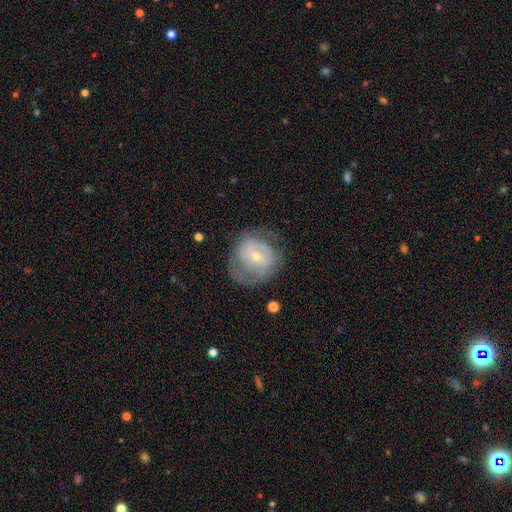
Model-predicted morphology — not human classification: Smooth or featured?
  - featured or disk: 60% *
  - smooth: 33%
  - star or artifact: 7%
Edge-on disk?
  - no: 97% *
  - yes: 3%
Bar?
  - no: 63% *
  - weak: 28%
  - strong: 9%
Spiral arms?
  - yes: 63% *
  - no: 37%
Bulge size?
  - small: 63% *
  - moderate: 33%
  - large: 2%
  - none: 1%
  - dominant: 1%
Merging?
  - none: 54% *
  - minor disturbance: 24%
  - major disturbance: 20%
  - merger: 2%